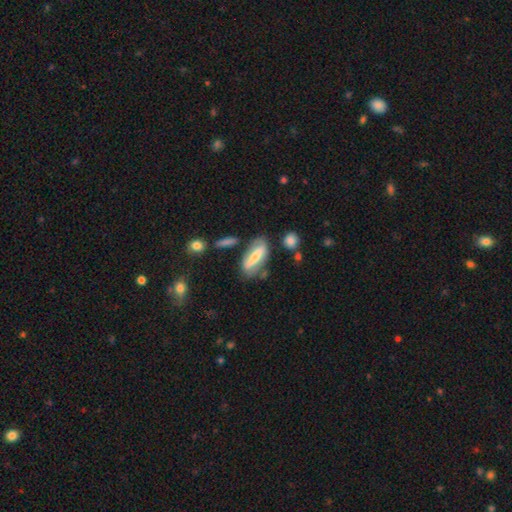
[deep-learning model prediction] Smooth or featured: smooth — 51% (featured or disk — 42%)
How rounded: in between — 58% (cigar-shaped — 40%)
Merging: none — 64% (minor disturbance — 20%)